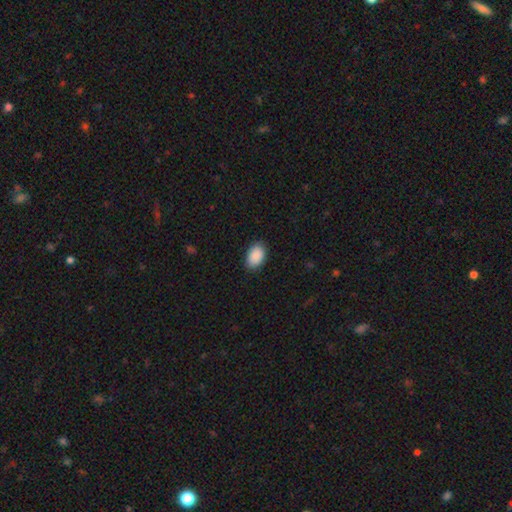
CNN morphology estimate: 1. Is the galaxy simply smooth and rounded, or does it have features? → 91% smooth, 6% star or artifact, 3% featured or disk.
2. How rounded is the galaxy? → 91% in between, 8% round, 1% cigar-shaped.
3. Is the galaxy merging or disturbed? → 87% none, 10% minor disturbance, 2% major disturbance, 1% merger.